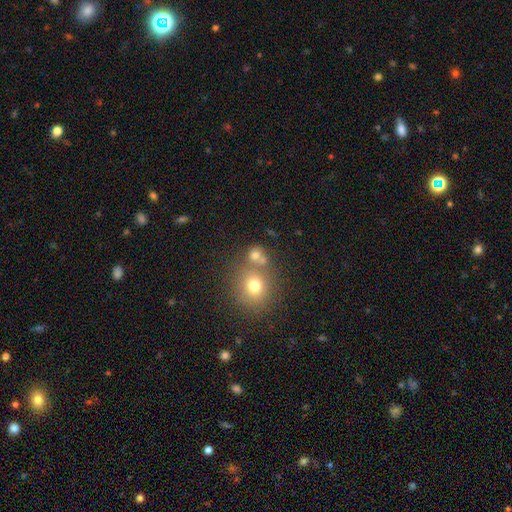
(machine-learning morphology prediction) This appears to be a smooth galaxy with no disk features (72%) that is round (81%). Merging: none (53%).